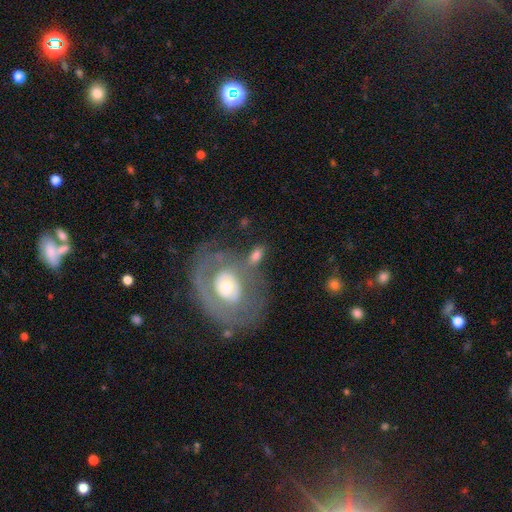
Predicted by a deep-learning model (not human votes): The model was most divided on "smooth or featured": smooth: 52%, featured or disk: 42%, star or artifact: 7%. More confident: how rounded — in between (77%); merging — none (52%).